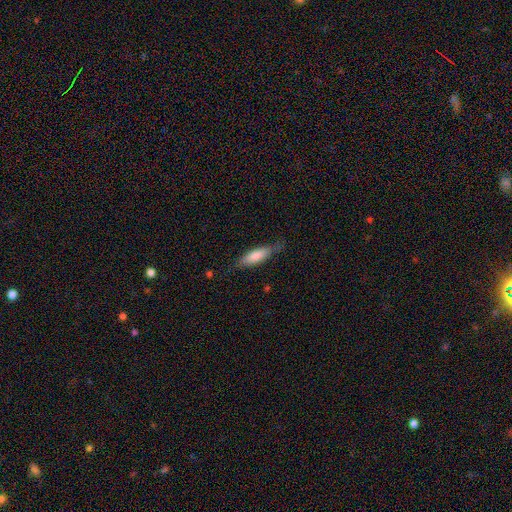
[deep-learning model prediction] smooth 75%, featured or disk 19%, star or artifact 6%. Down the decision tree: how rounded — cigar-shaped (52%); merging — none (71%).